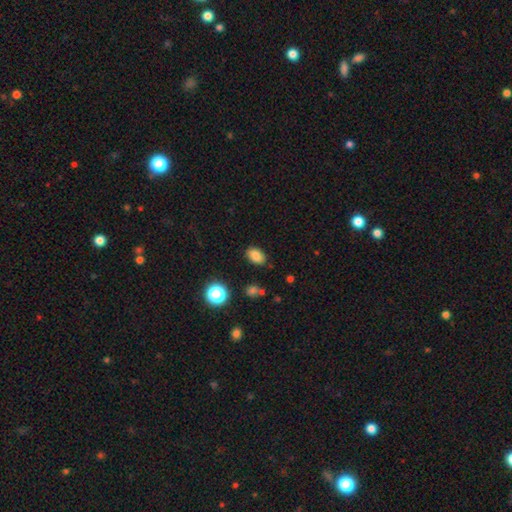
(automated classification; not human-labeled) Smooth or featured: smooth — 82% (star or artifact — 12%)
How rounded: in between — 85% (round — 13%)
Merging: none — 84% (minor disturbance — 11%)